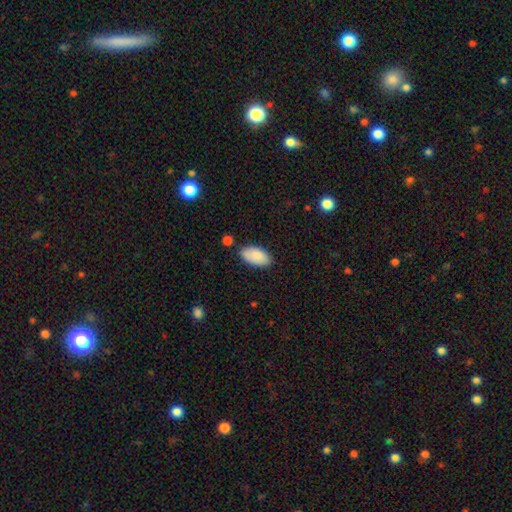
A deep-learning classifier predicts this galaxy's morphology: Smooth or featured? smooth (87%)
How rounded? in between (95%)
Merging? none (77%)